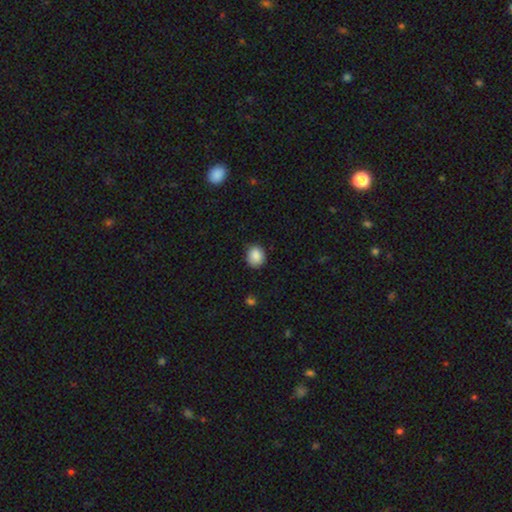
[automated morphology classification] A smooth galaxy with no disk features (88%) that is round (77%).

Vote fractions:
- Smooth or featured? smooth: 88% / star or artifact: 9% / featured or disk: 4%
- How rounded? round: 77% / in between: 22% / cigar-shaped: 1%
- Merging? none: 82% / minor disturbance: 14% / major disturbance: 3% / merger: 1%